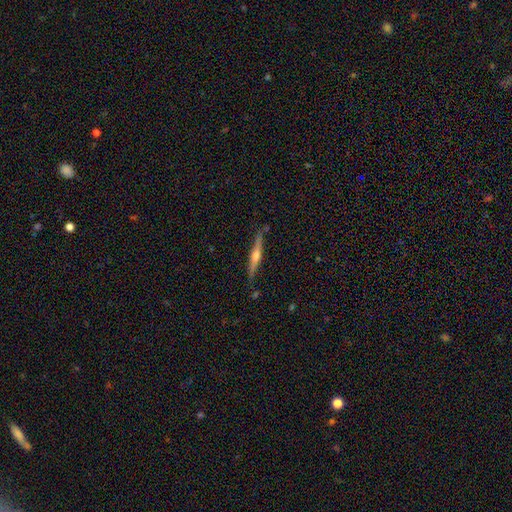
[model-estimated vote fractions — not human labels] Q: Smooth or featured?
A: featured or disk (78%); runner-up: smooth (17%)
Q: Edge-on disk?
A: yes (98%); runner-up: no (2%)
Q: Edge-on bulge?
A: rounded (90%); runner-up: boxy (5%)
Q: Merging?
A: none (87%); runner-up: minor disturbance (9%)